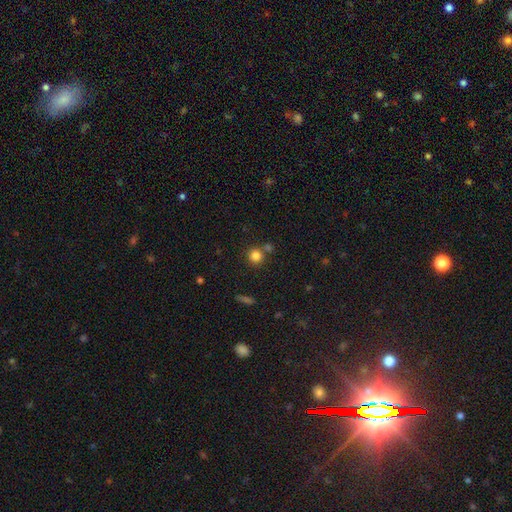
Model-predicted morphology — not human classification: The model was most divided on "merging": none: 73%, merger: 16%, minor disturbance: 8%, major disturbance: 3%. More confident: how rounded — round (92%); smooth or featured — smooth (81%).